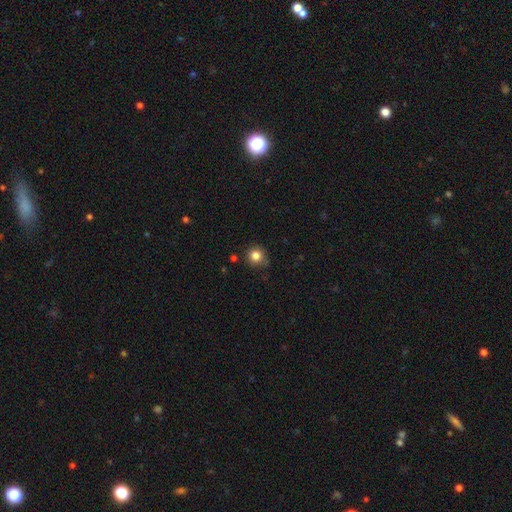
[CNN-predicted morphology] smooth-or-featured: smooth: 83% | star or artifact: 12% | featured or disk: 6%
  how-rounded: round: 91% | in between: 8% | cigar-shaped: 1%
  merging: none: 77% | minor disturbance: 17% | major disturbance: 4% | merger: 2%